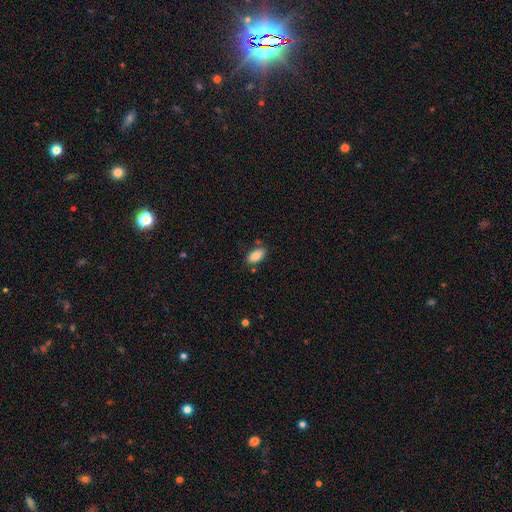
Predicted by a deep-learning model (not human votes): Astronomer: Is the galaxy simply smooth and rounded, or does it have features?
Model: smooth — 87%.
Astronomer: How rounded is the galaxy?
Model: in between — 91%.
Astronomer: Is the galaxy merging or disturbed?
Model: none — 79%.